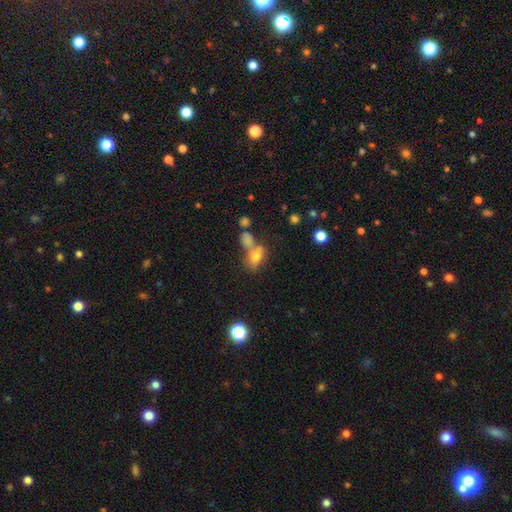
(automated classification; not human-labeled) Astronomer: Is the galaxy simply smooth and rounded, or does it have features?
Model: smooth — 71%.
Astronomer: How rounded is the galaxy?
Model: in between — 79%.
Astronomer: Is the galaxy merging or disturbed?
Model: merger — 44% (runner-up: none, 36%).